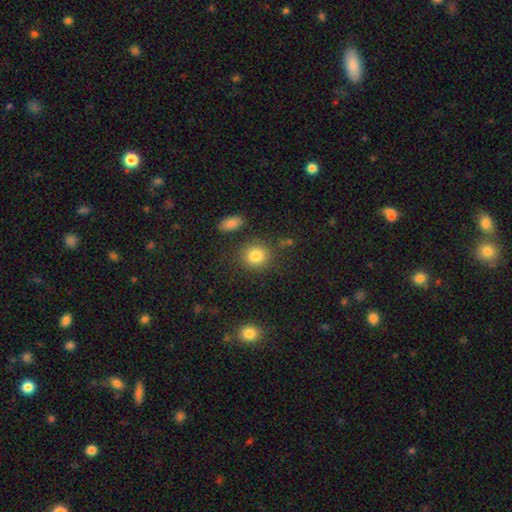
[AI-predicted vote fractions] This appears to be a smooth galaxy with no disk features (83%) that is round (83%). Merging: none (80%).